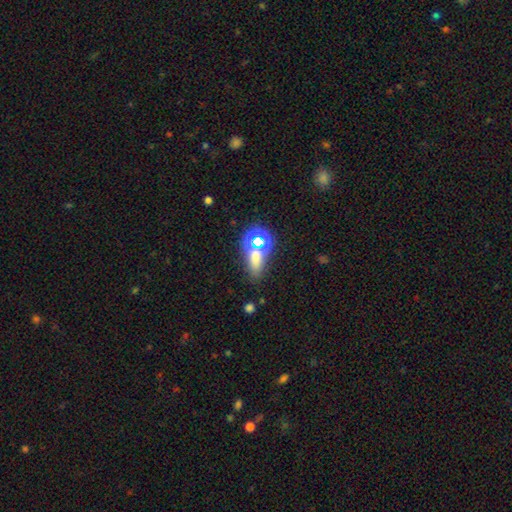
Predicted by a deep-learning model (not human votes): smooth-or-featured: smooth: 54% | star or artifact: 35% | featured or disk: 11%
  how-rounded: in between: 65% | round: 21% | cigar-shaped: 15%
  merging: none: 66% | merger: 14% | minor disturbance: 13% | major disturbance: 7%